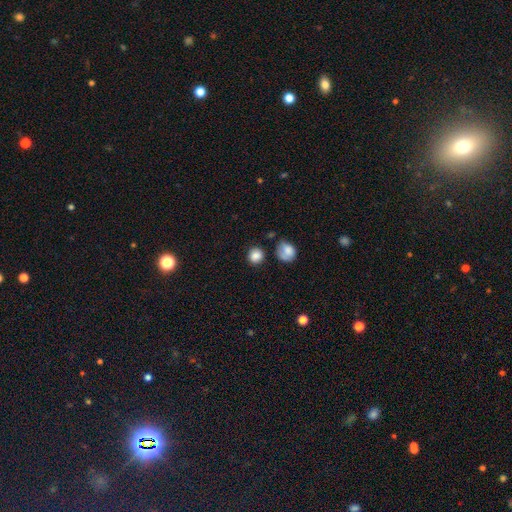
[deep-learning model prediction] The model was most divided on "merging": none: 75%, minor disturbance: 15%, merger: 5%, major disturbance: 5%. More confident: smooth or featured — smooth (85%); how rounded — round (84%).